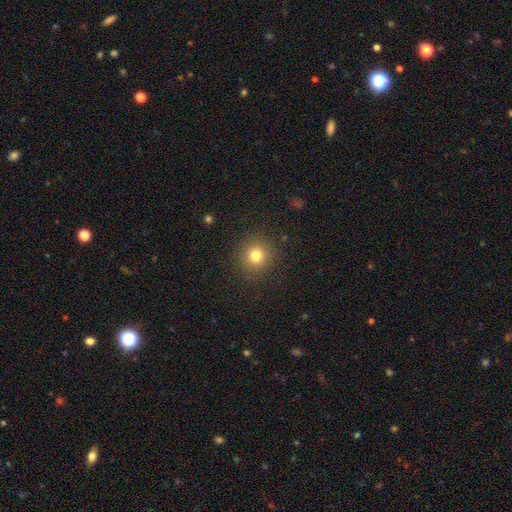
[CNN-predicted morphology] This is likely a smooth galaxy (79%). How rounded: clearly round (93%). Merging: clearly none (90%).